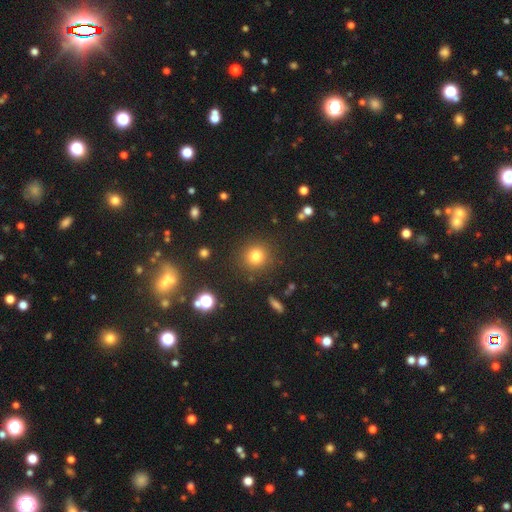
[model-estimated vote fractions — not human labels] A smooth galaxy with no disk features (78%) that is round (91%).

Vote fractions:
- Smooth or featured? smooth: 78% / star or artifact: 15% / featured or disk: 7%
- How rounded? round: 91% / in between: 8% / cigar-shaped: 1%
- Merging? none: 88% / minor disturbance: 7% / major disturbance: 3% / merger: 2%